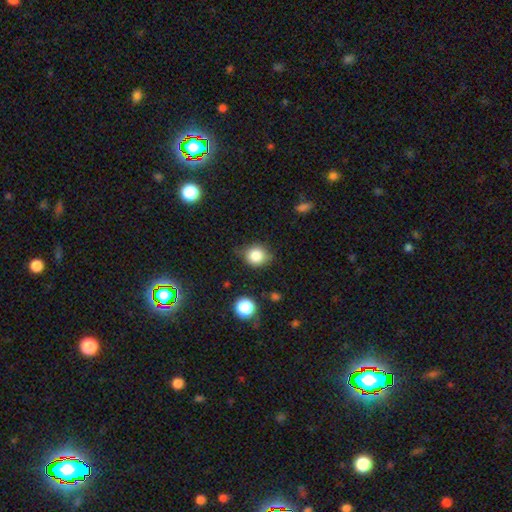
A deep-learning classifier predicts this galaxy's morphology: type=smooth (83%); roundness=round (83%); merging=none (76%).